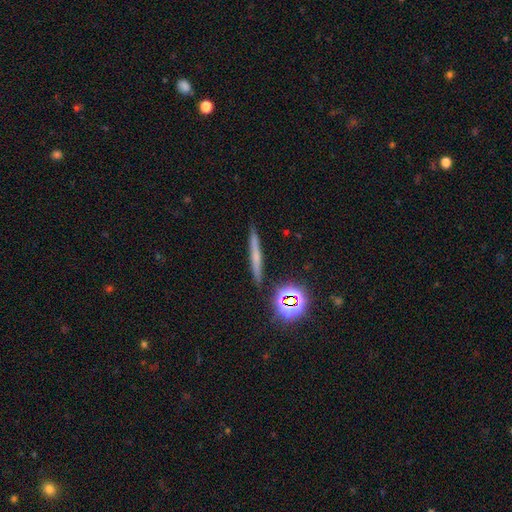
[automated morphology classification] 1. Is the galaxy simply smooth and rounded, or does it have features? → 47% smooth, 37% featured or disk, 17% star or artifact.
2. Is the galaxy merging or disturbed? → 89% none, 7% minor disturbance, 2% merger, 2% major disturbance.